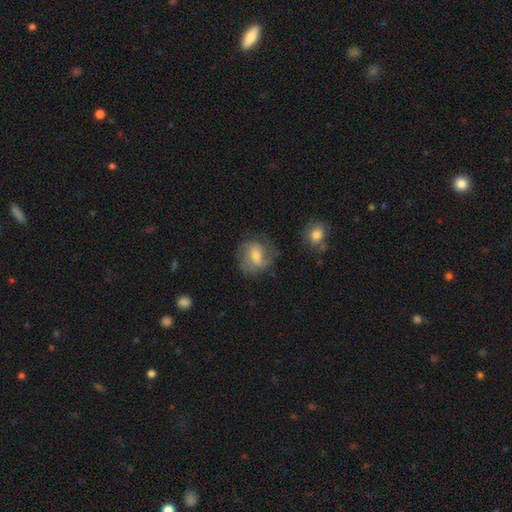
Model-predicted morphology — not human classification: Overall: smooth (47%; featured or disk 45%). Merging: none (61%; minor disturbance 23%).